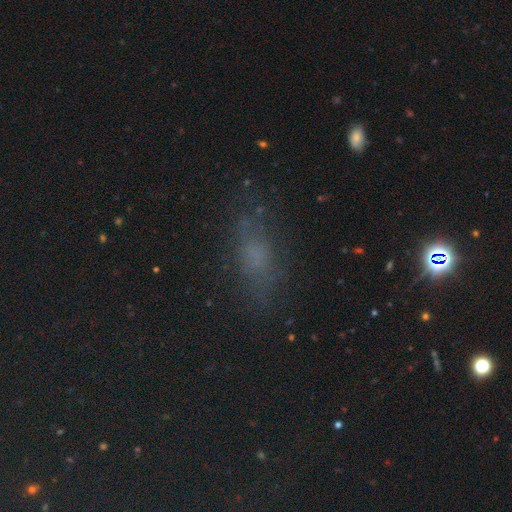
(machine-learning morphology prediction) smooth_or_featured: smooth (p=0.50) [alt: star or artifact p=0.29]
how_rounded: in between (p=0.73) [alt: cigar-shaped p=0.18]
merging: none (p=0.72) [alt: minor disturbance p=0.18]